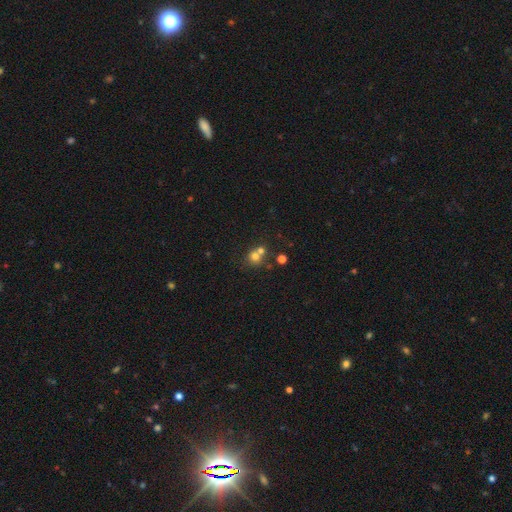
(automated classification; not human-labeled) A smooth galaxy with no disk features (68%) that is round (85%).

Vote fractions:
- Smooth or featured? smooth: 68% / star or artifact: 17% / featured or disk: 14%
- How rounded? round: 85% / in between: 14% / cigar-shaped: 1%
- Merging? merger: 46% / none: 44% / minor disturbance: 7% / major disturbance: 3%